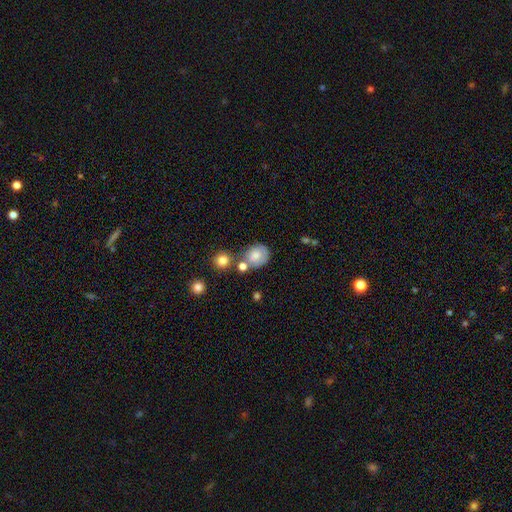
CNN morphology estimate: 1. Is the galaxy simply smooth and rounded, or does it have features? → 72% smooth, 18% featured or disk, 9% star or artifact.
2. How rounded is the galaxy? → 62% round, 37% in between, 1% cigar-shaped.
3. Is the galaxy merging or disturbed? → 47% none, 24% merger, 21% minor disturbance, 8% major disturbance.